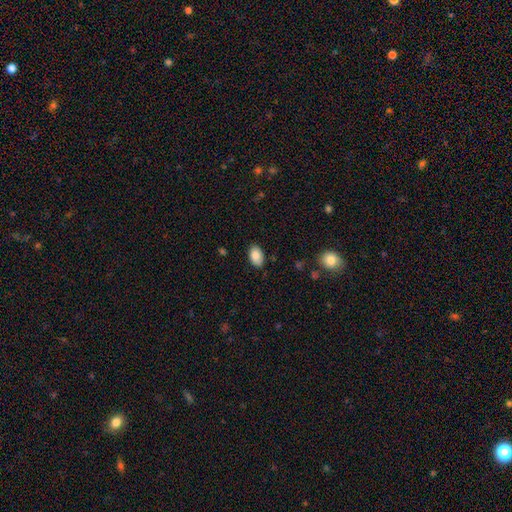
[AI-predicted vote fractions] Morphology: type=smooth (87%); roundness=in between (90%); merging=none (83%).